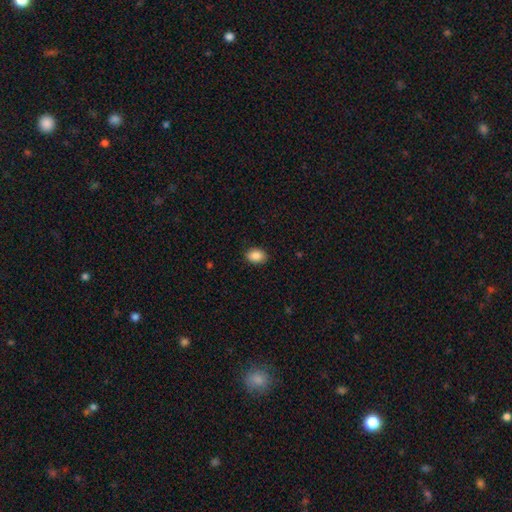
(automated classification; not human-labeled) Smooth or featured?
  - smooth: 88% *
  - star or artifact: 8%
  - featured or disk: 4%
How rounded?
  - in between: 77% *
  - round: 22%
  - cigar-shaped: 1%
Merging?
  - none: 89% *
  - minor disturbance: 8%
  - major disturbance: 2%
  - merger: 1%